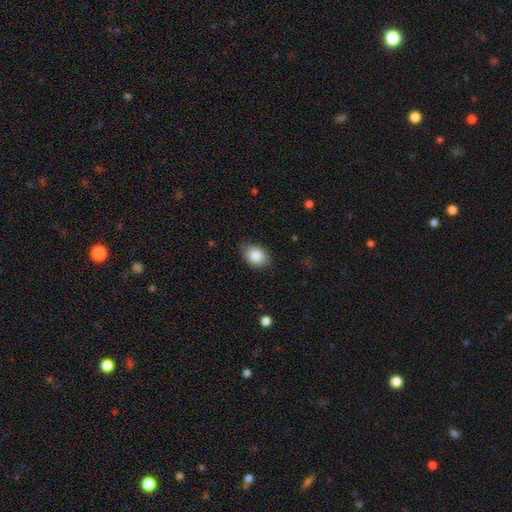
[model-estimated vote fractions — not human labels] This is clearly a smooth galaxy (85%). How rounded: likely in between (72%). Merging: likely none (78%).